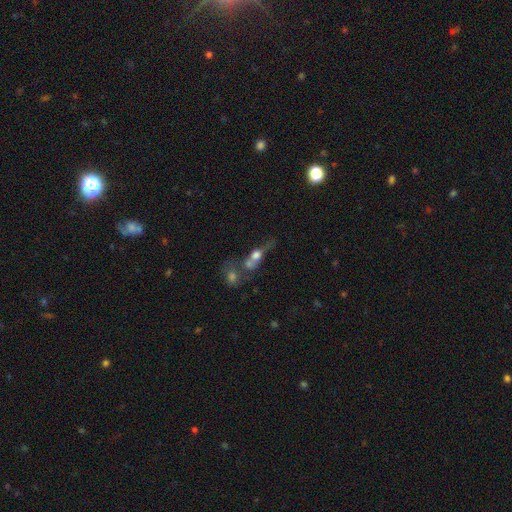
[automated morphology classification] smooth_or_featured: smooth (p=0.58) [alt: featured or disk p=0.29]
how_rounded: round (p=0.44) [alt: in between p=0.43]
merging: merger (p=0.61) [alt: none p=0.18]